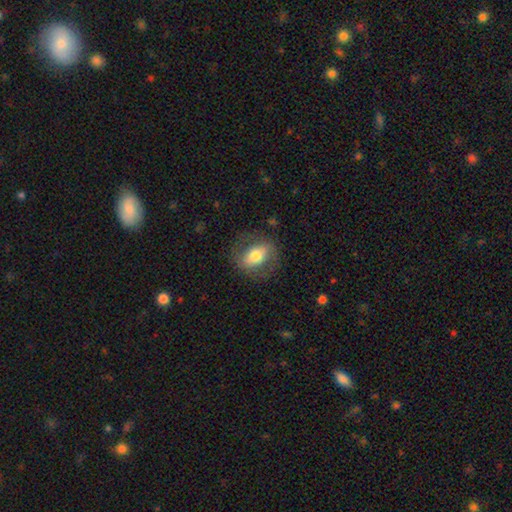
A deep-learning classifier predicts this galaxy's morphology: Smooth or featured?
  - smooth: 56% *
  - featured or disk: 37%
  - star or artifact: 7%
How rounded?
  - in between: 75% *
  - round: 21%
  - cigar-shaped: 4%
Merging?
  - none: 77% *
  - minor disturbance: 14%
  - major disturbance: 8%
  - merger: 1%